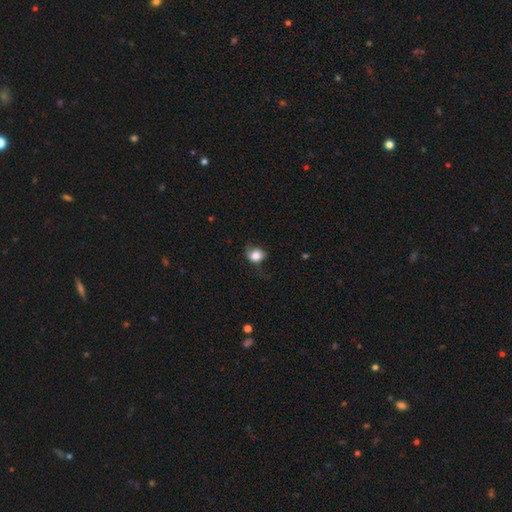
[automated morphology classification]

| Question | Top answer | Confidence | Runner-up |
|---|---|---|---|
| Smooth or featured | smooth | 81% | featured or disk (10%) |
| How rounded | round | 64% | in between (35%) |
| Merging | none | 55% | minor disturbance (29%) |